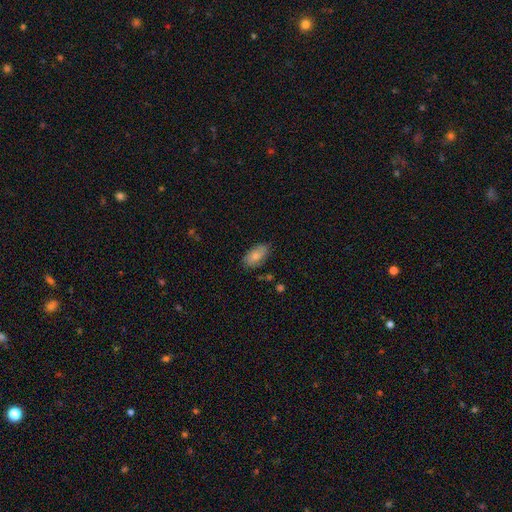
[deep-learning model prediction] Morphology: type=smooth (79%); roundness=in between (93%); merging=none (75%).